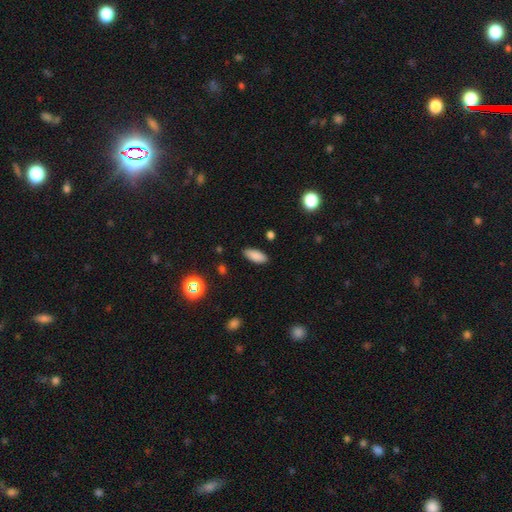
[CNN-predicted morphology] smooth 87%, star or artifact 9%, featured or disk 5%. Down the decision tree: how rounded — in between (84%); merging — none (88%).